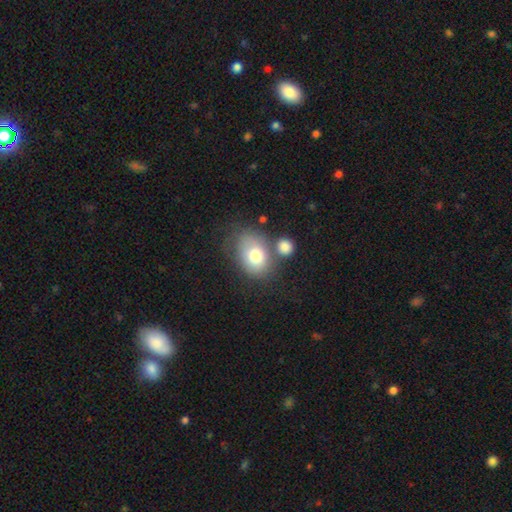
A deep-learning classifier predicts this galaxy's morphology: smooth 74%, featured or disk 18%, star or artifact 8%. Down the decision tree: how rounded — in between (71%); merging — none (46%).